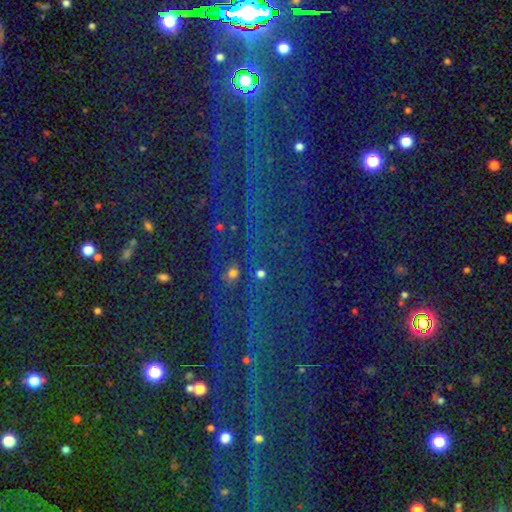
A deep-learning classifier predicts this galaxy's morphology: This appears to be a star or artifact, not a galaxy (84%).